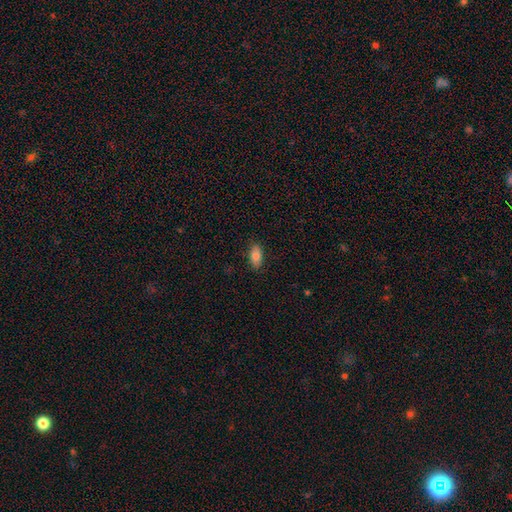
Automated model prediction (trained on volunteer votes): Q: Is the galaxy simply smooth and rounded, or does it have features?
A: smooth — 82%.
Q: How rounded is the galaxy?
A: in between — 90%.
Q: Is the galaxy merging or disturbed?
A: none — 86%.